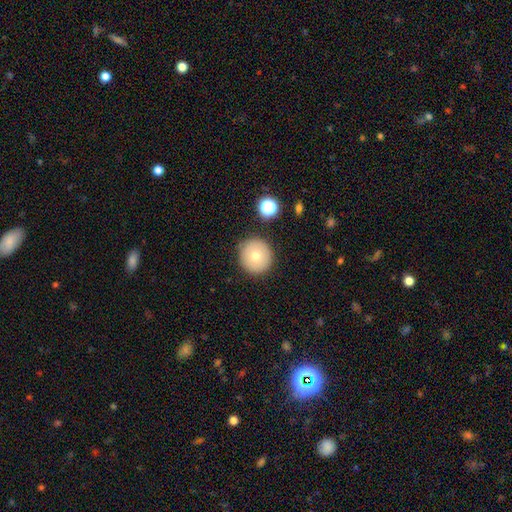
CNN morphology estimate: Smooth or featured: smooth — 74% (featured or disk — 16%)
How rounded: round — 95% (in between — 4%)
Merging: none — 88% (minor disturbance — 8%)